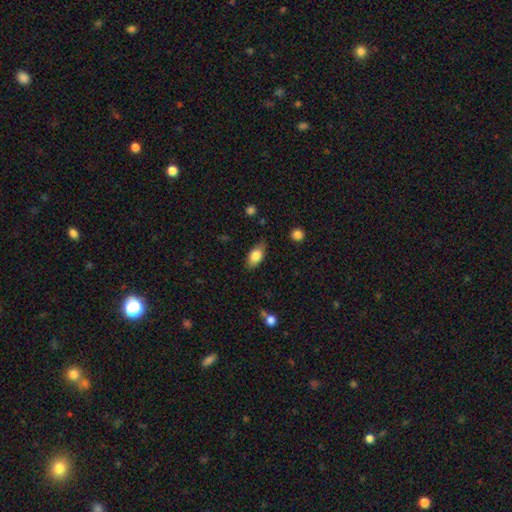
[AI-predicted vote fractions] This appears to be a smooth galaxy with no disk features (81%) that is in between round and cigar-shaped (89%). Merging: none (79%).